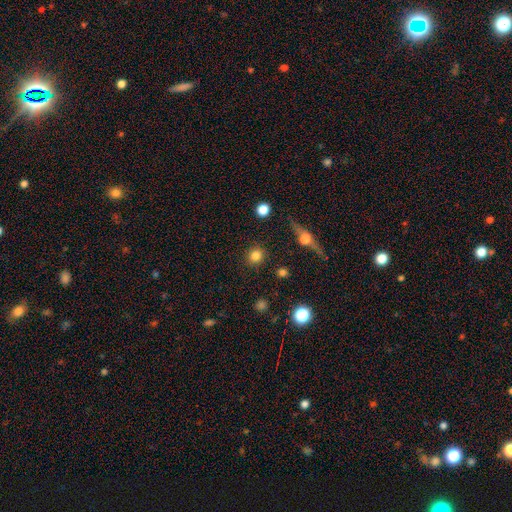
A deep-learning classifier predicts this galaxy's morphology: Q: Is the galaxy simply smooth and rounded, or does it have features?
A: smooth — 81%.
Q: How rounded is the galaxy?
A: round — 87%.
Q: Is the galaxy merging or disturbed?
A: none — 89%.